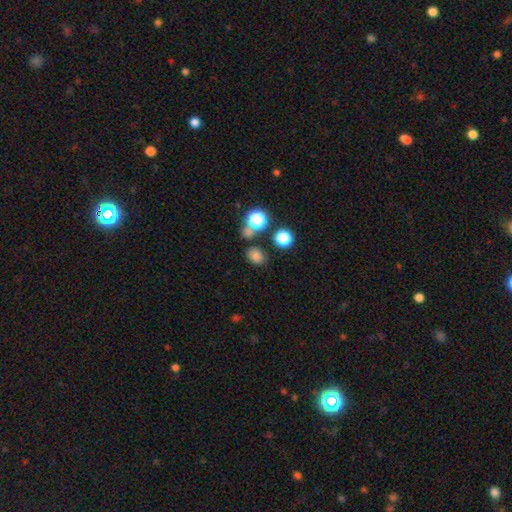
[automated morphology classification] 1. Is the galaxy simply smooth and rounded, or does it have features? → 74% smooth, 19% star or artifact, 6% featured or disk.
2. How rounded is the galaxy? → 52% in between, 47% round, 1% cigar-shaped.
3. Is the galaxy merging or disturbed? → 73% none, 13% minor disturbance, 10% merger, 4% major disturbance.